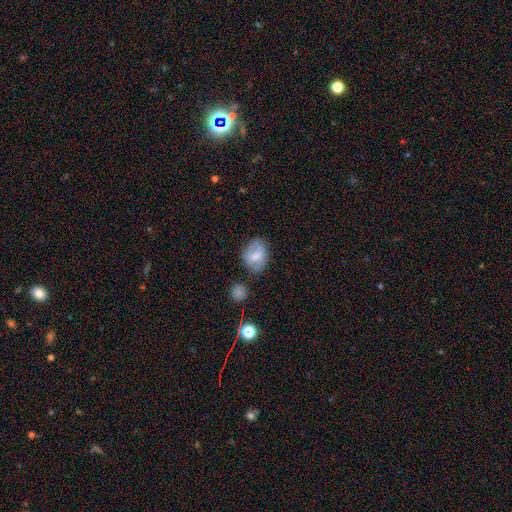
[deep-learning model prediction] This appears to be a smooth galaxy with no disk features (64%) that is in between round and cigar-shaped (65%). Merging: none (65%).